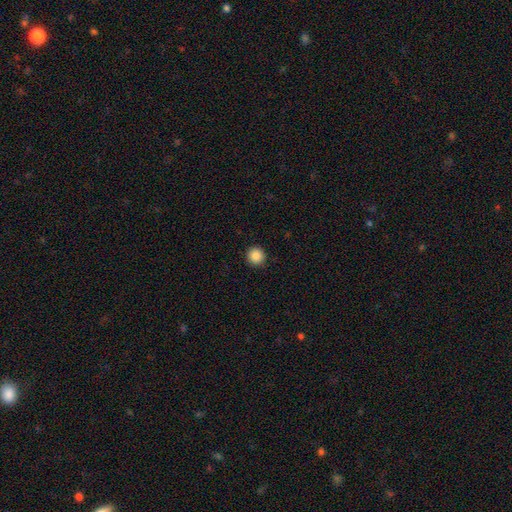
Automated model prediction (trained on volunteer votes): A smooth galaxy with no disk features (87%) that is round (95%).

Vote fractions:
- Smooth or featured? smooth: 87% / star or artifact: 10% / featured or disk: 3%
- How rounded? round: 95% / in between: 4% / cigar-shaped: 1%
- Merging? none: 93% / minor disturbance: 5% / major disturbance: 2% / merger: 1%